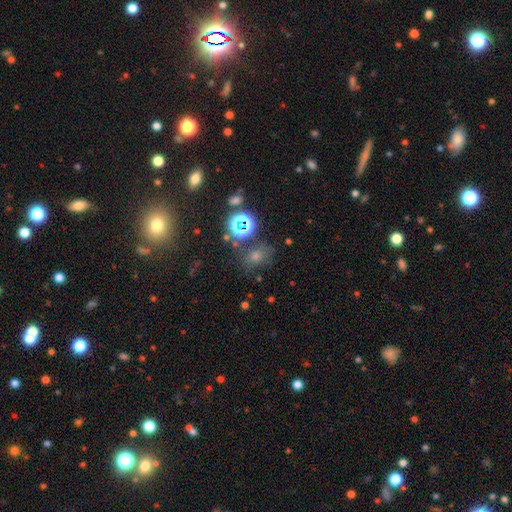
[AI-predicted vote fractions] smooth-or-featured: smooth: 45% | star or artifact: 44% | featured or disk: 11%
  merging: none: 72% | minor disturbance: 15% | major disturbance: 7% | merger: 6%